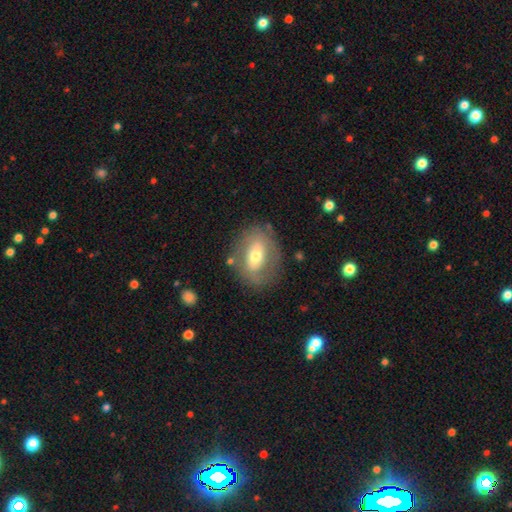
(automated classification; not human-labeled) A featured or disk galaxy (47%).

Vote fractions:
- Smooth or featured? featured or disk: 47% / smooth: 46% / star or artifact: 7%
- Merging? none: 74% / minor disturbance: 16% / major disturbance: 7% / merger: 3%